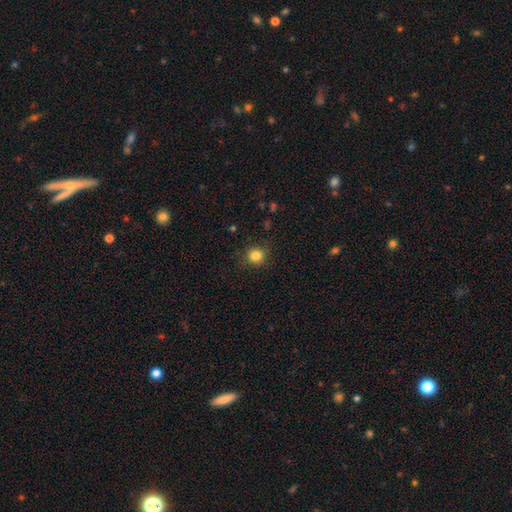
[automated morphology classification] smooth_or_featured: smooth (p=0.83) [alt: star or artifact p=0.12]
how_rounded: round (p=0.90) [alt: in between p=0.09]
merging: none (p=0.88) [alt: minor disturbance p=0.08]